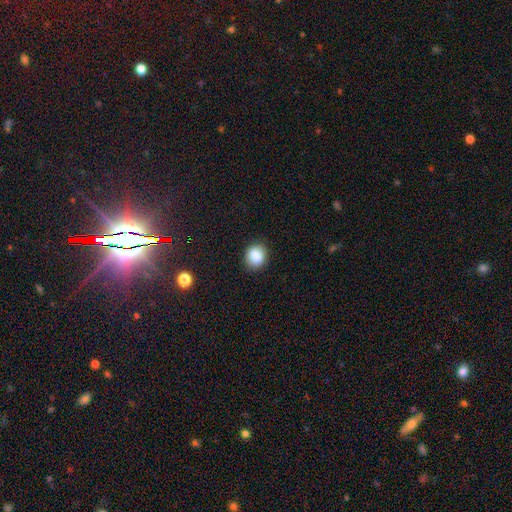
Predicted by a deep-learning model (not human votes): Smooth or featured? smooth (86%)
How rounded? round (67%)
Merging? none (86%)